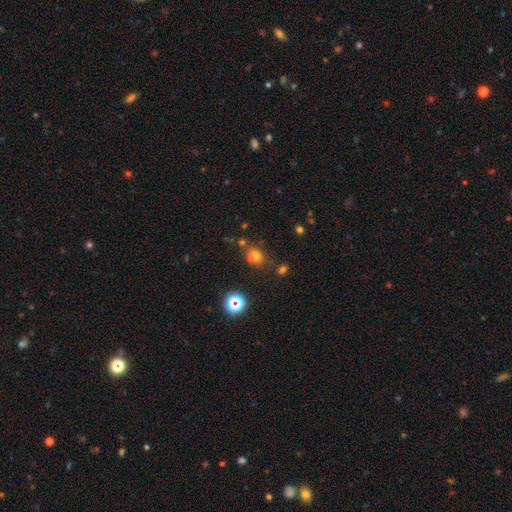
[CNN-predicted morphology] Smooth or featured: smooth — 59% (star or artifact — 27%)
How rounded: round — 75% (in between — 24%)
Merging: none — 47% (merger — 40%)